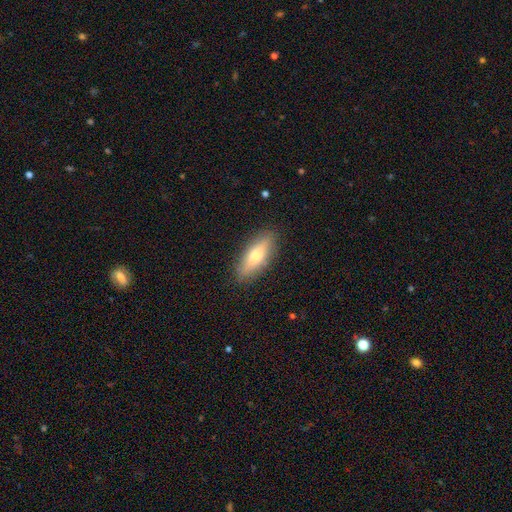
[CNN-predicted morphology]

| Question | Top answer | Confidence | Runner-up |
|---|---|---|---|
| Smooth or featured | smooth | 65% | featured or disk (28%) |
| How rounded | in between | 61% | cigar-shaped (36%) |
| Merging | none | 87% | minor disturbance (9%) |